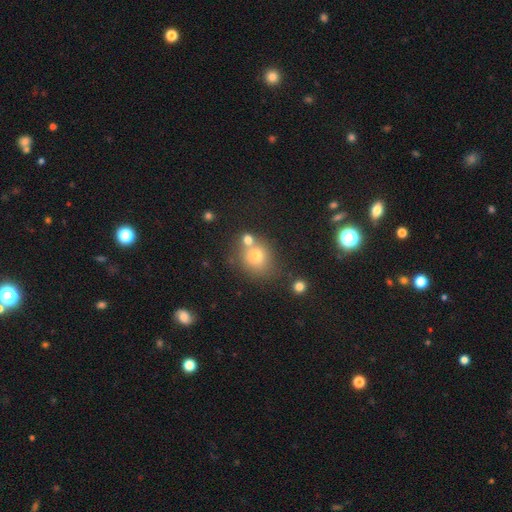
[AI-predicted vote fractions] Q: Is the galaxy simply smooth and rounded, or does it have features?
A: smooth — 71%.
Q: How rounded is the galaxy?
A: round — 76%.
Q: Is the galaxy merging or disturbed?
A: none — 59%.